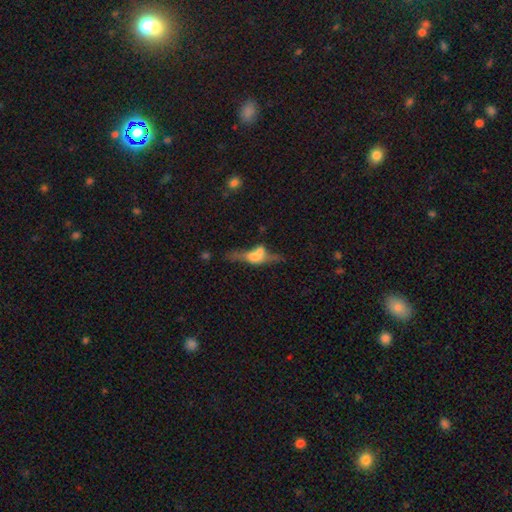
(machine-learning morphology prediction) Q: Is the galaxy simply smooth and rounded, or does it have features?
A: featured or disk — 56%.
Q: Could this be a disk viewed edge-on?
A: yes — 68%.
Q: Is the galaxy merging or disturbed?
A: none — 36%, tied with merger.